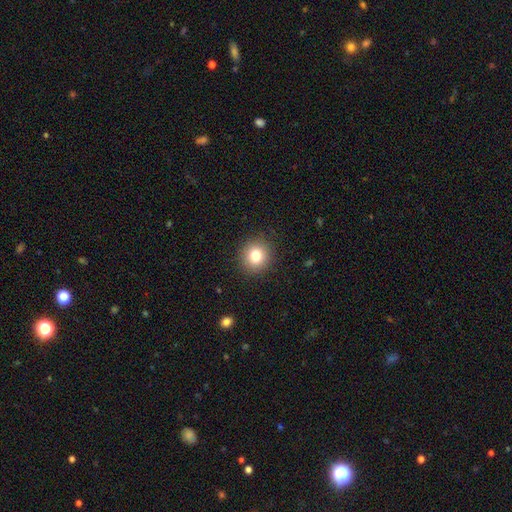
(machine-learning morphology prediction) Q: Smooth or featured?
A: smooth (81%); runner-up: star or artifact (11%)
Q: How rounded?
A: round (89%); runner-up: in between (10%)
Q: Merging?
A: none (90%); runner-up: minor disturbance (6%)